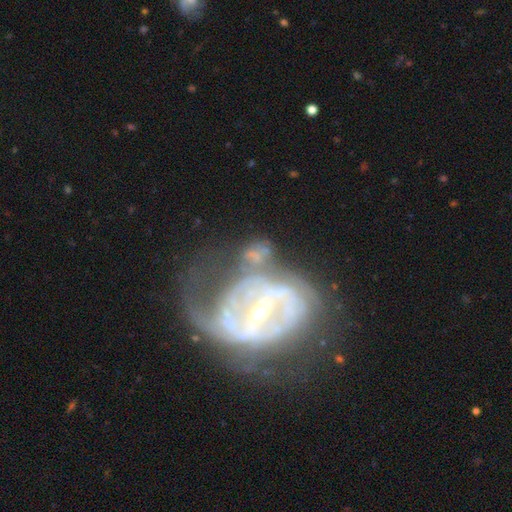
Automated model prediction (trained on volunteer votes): smooth-or-featured: featured or disk: 67% | smooth: 20% | star or artifact: 13%
  disk-edge-on: no: 94% | yes: 6%
    bar: strong: 41% | no: 31% | weak: 28%
    has-spiral-arms: yes: 66% | no: 34%
    bulge-size: small: 49% | moderate: 37% | none: 6% | large: 5% | dominant: 3%
  merging: none: 34% | merger: 27% | major disturbance: 21% | minor disturbance: 18%